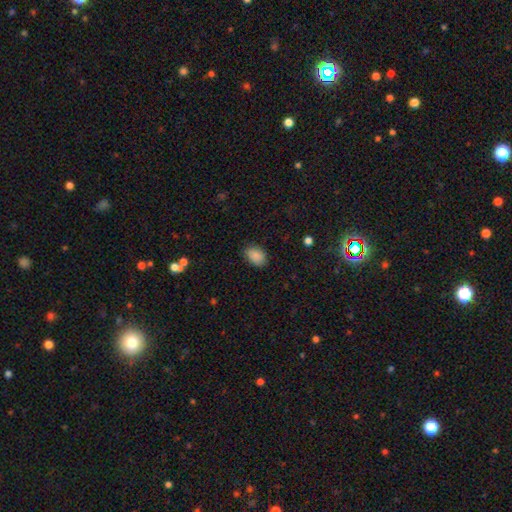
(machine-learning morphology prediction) Smooth or featured? Predicted: smooth (p=0.88). How rounded? Predicted: in between (p=0.84). Merging? Predicted: none (p=0.84).